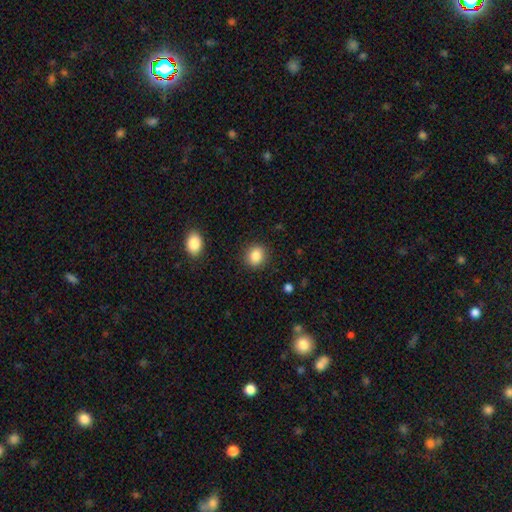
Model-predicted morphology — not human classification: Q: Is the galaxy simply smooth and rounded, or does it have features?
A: smooth — 86%.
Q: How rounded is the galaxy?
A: round — 73%.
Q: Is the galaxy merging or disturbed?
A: none — 89%.